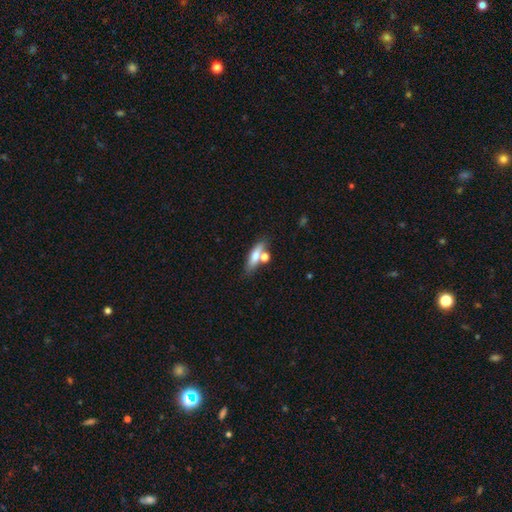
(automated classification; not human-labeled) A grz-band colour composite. It shows a smooth galaxy with no disk features (67%) that is cigar-shaped (49%). Merging: none (57%).